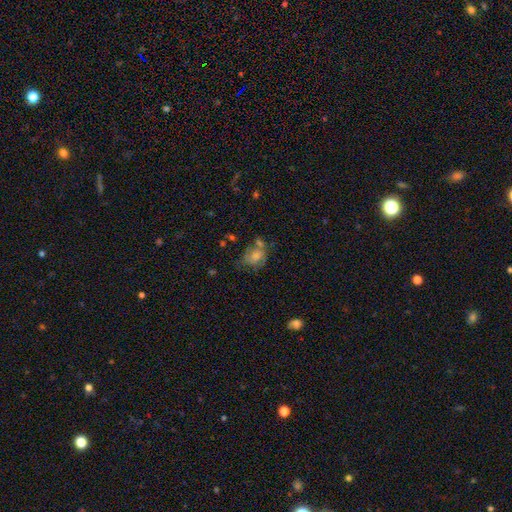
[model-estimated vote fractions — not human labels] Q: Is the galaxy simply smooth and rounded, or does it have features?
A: smooth — 59%.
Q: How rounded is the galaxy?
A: in between — 59%.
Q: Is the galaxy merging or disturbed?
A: none — 34%.